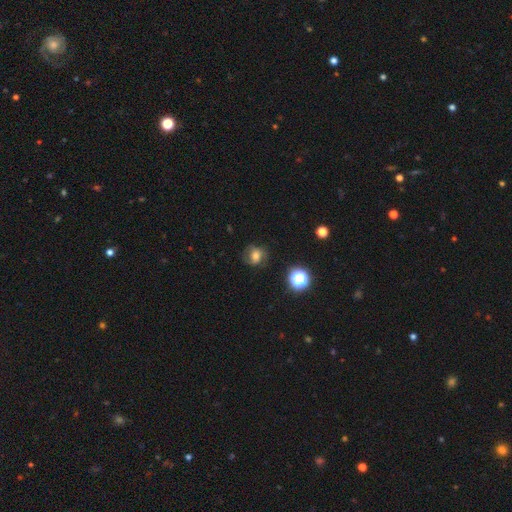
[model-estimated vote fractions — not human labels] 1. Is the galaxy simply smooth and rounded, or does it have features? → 52% smooth, 30% featured or disk, 18% star or artifact.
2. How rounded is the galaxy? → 72% round, 27% in between, 1% cigar-shaped.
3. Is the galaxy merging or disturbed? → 70% none, 19% minor disturbance, 9% major disturbance, 2% merger.